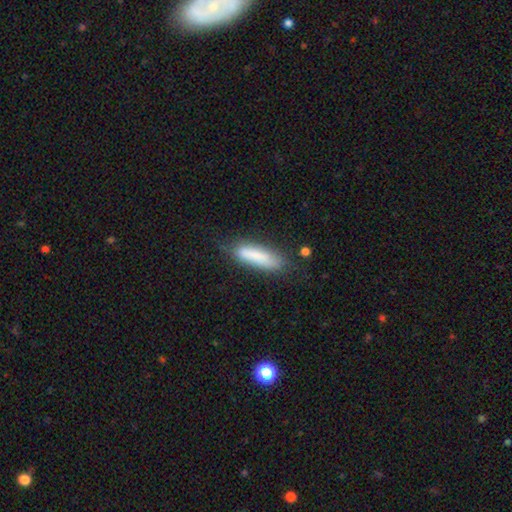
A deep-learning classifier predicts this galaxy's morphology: type=smooth (79%); roundness=cigar-shaped (64%); merging=none (67%).